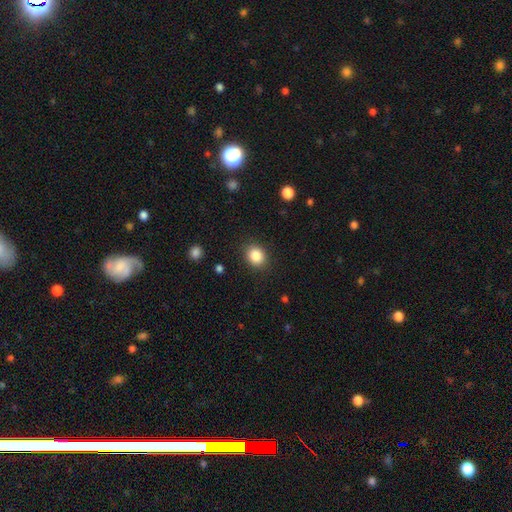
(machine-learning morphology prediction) smooth-or-featured: smooth: 85% | star or artifact: 10% | featured or disk: 5%
  how-rounded: round: 62% | in between: 37% | cigar-shaped: 1%
  merging: none: 88% | minor disturbance: 8% | major disturbance: 3% | merger: 1%